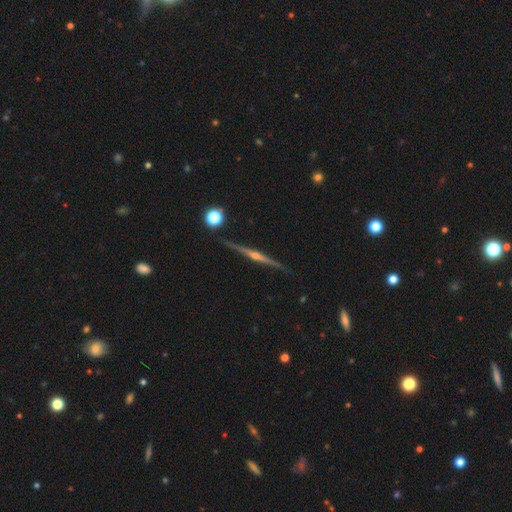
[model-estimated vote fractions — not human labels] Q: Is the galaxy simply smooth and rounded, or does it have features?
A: featured or disk — 85%.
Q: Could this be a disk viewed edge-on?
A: yes — 98%.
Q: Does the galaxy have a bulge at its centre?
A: rounded — 87%.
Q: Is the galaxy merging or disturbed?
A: none — 90%.